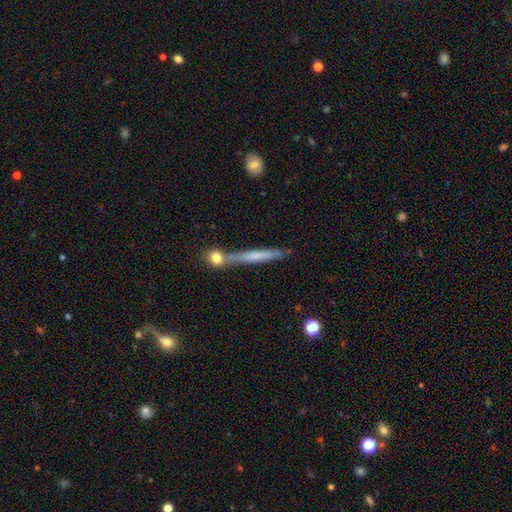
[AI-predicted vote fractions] A smooth galaxy with no disk features (49%).

Vote fractions:
- Smooth or featured? smooth: 49% / featured or disk: 44% / star or artifact: 7%
- Merging? none: 65% / merger: 17% / minor disturbance: 13% / major disturbance: 4%